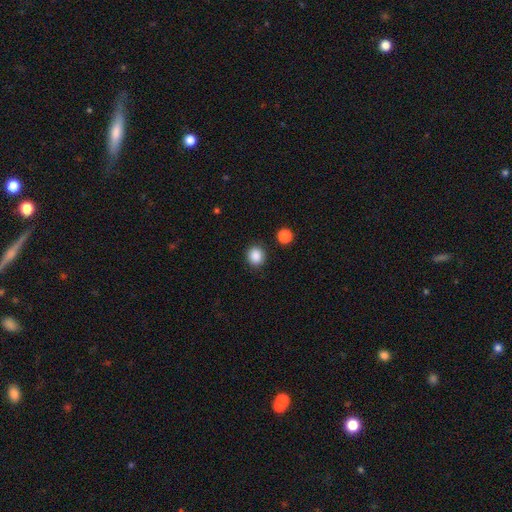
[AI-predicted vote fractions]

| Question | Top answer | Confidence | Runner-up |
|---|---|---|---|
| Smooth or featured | smooth | 87% | star or artifact (10%) |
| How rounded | round | 83% | in between (16%) |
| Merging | none | 88% | minor disturbance (7%) |